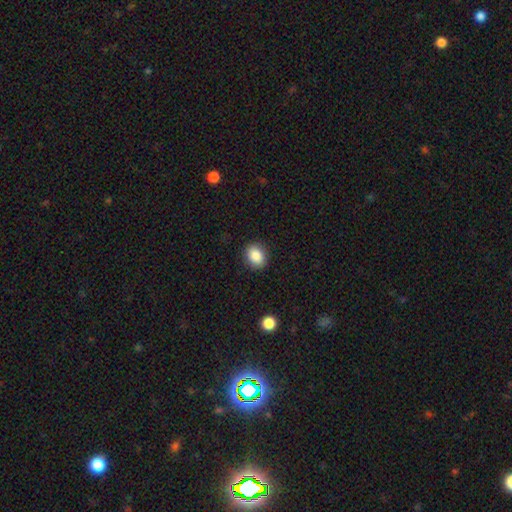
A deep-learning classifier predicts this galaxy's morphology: This appears to be a smooth galaxy with no disk features (86%) that is in between round and cigar-shaped (53%). Merging: none (88%).